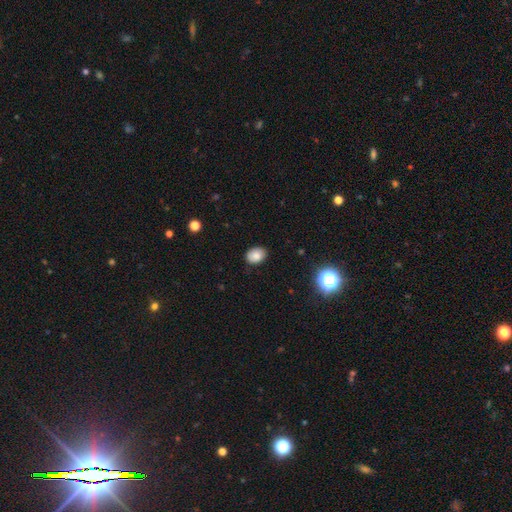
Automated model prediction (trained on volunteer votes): This appears to be a smooth galaxy with no disk features (84%) that is in between round and cigar-shaped (71%). Merging: none (85%).